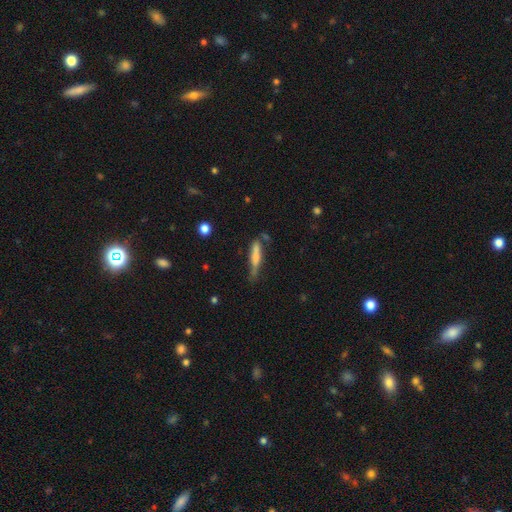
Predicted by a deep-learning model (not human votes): Smooth or featured: smooth — 60% (featured or disk — 33%)
How rounded: cigar-shaped — 85% (in between — 13%)
Merging: none — 55% (minor disturbance — 30%)